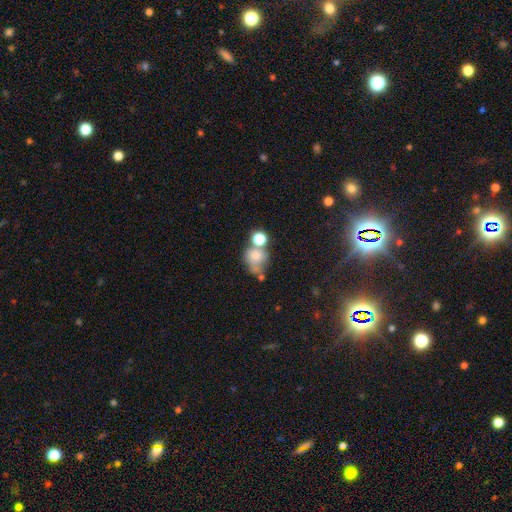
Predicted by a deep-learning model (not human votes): The model was most divided on "merging": merger: 42%, none: 31%, minor disturbance: 14%, major disturbance: 12%. More confident: smooth or featured — smooth (70%); how rounded — round (63%).